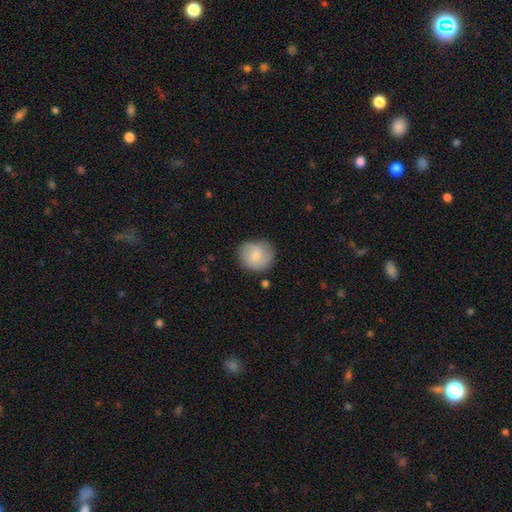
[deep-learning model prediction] The model was most divided on "smooth or featured": smooth: 66%, featured or disk: 27%, star or artifact: 7%. More confident: how rounded — round (82%); merging — none (72%).